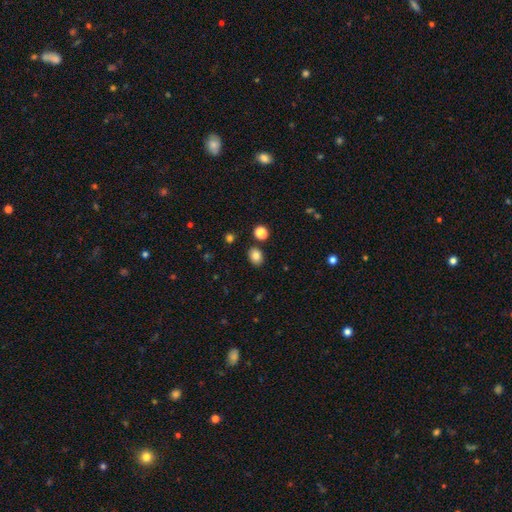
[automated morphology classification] This is clearly a smooth galaxy (82%). How rounded: possibly in between (57%). Merging: clearly none (84%).